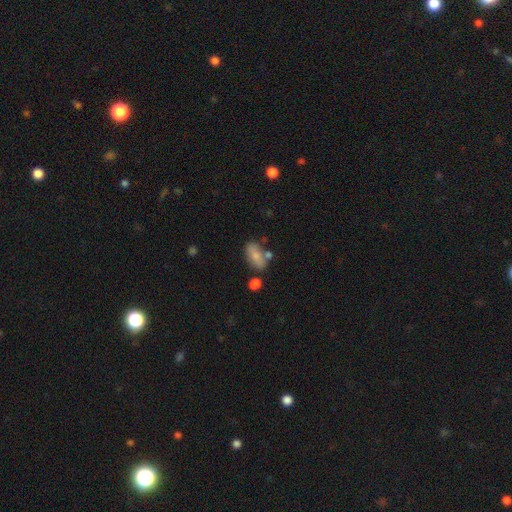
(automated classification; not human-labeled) Smooth or featured: smooth — 75% (featured or disk — 17%)
How rounded: in between — 86% (cigar-shaped — 10%)
Merging: none — 63% (minor disturbance — 18%)